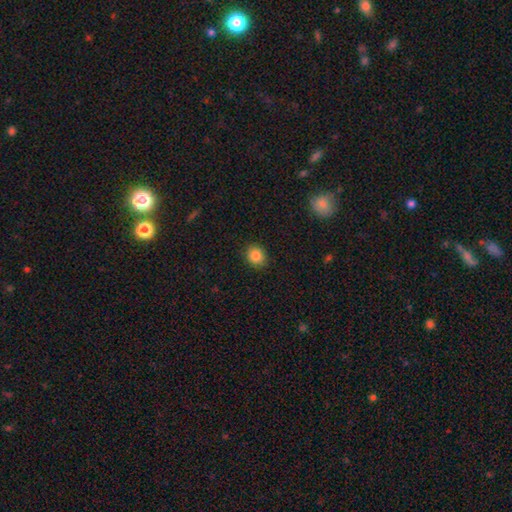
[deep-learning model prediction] smooth-or-featured: smooth: 85% | star or artifact: 10% | featured or disk: 5%
  how-rounded: round: 72% | in between: 27% | cigar-shaped: 1%
  merging: none: 90% | minor disturbance: 7% | major disturbance: 2% | merger: 1%